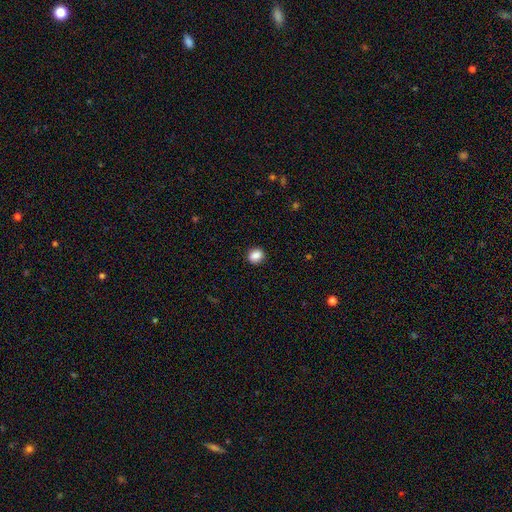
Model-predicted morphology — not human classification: Smooth or featured: smooth — 86% (star or artifact — 9%)
How rounded: round — 63% (in between — 36%)
Merging: none — 90% (minor disturbance — 7%)